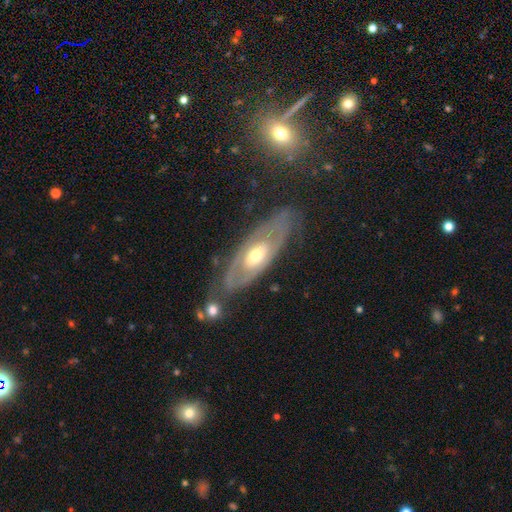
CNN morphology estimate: type=featured or disk (74%); edge-on=no (82%); bar=no (79%); spiral arms=yes (50%, tied with no); bulge=moderate (64%); merging=none (70%).